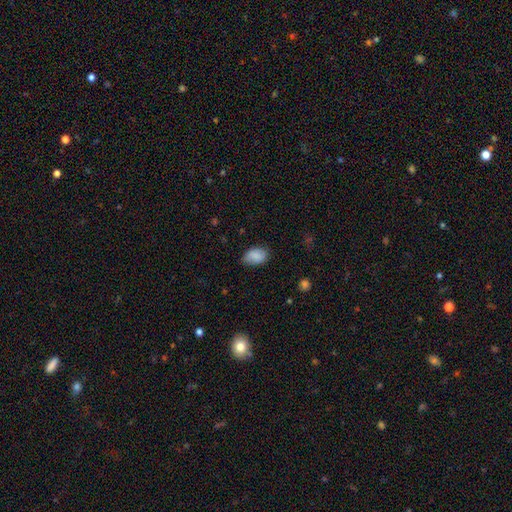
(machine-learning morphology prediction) type=smooth (87%); roundness=in between (85%); merging=none (68%).